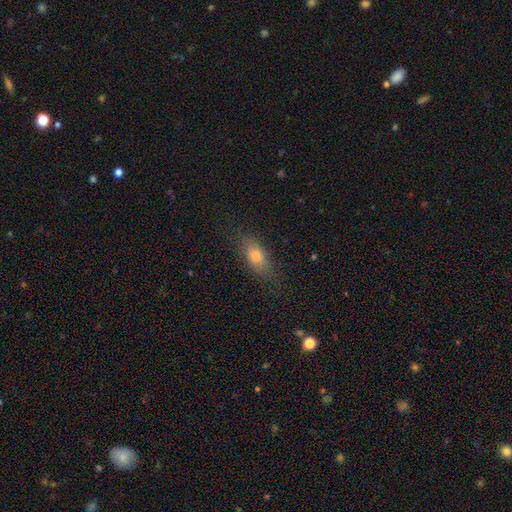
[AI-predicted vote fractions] smooth-or-featured: smooth: 71% | featured or disk: 19% | star or artifact: 11%
  how-rounded: in between: 72% | cigar-shaped: 20% | round: 8%
  merging: none: 78% | minor disturbance: 15% | major disturbance: 5% | merger: 1%